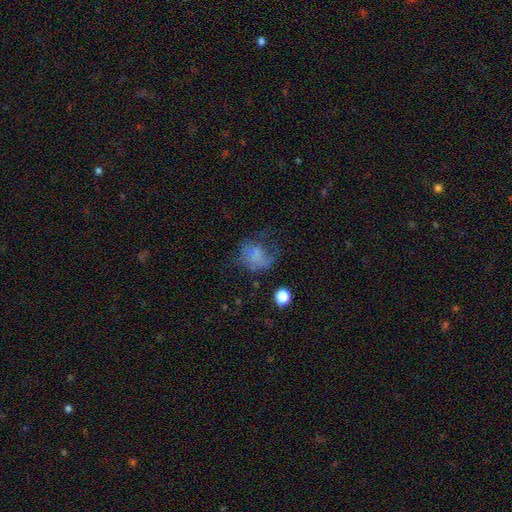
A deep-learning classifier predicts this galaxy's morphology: smooth_or_featured: smooth (p=0.55) [alt: featured or disk p=0.29]
how_rounded: round (p=0.52) [alt: in between p=0.47]
merging: major disturbance (p=0.41) [alt: none p=0.33]